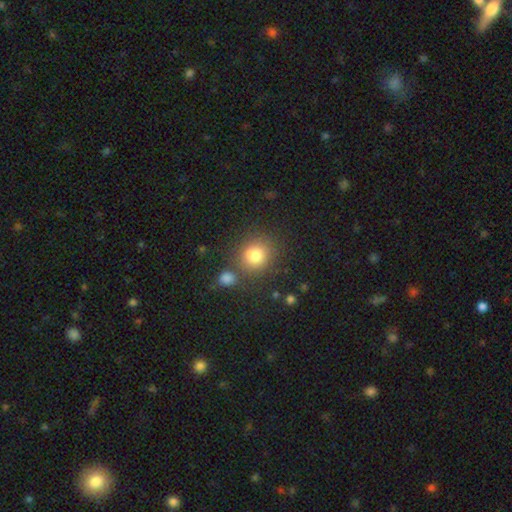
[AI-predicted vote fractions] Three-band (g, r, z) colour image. It shows a smooth galaxy with no disk features (80%) that is round (77%). Merging: none (62%).